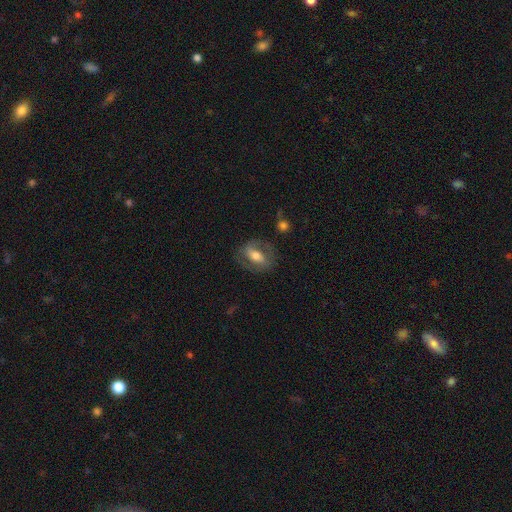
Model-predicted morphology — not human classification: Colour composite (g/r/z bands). It shows a featured or disk galaxy (56%) with a strong bar (43%), spiral arms (60%) and a moderate central bulge (61%). Merging: none (71%).